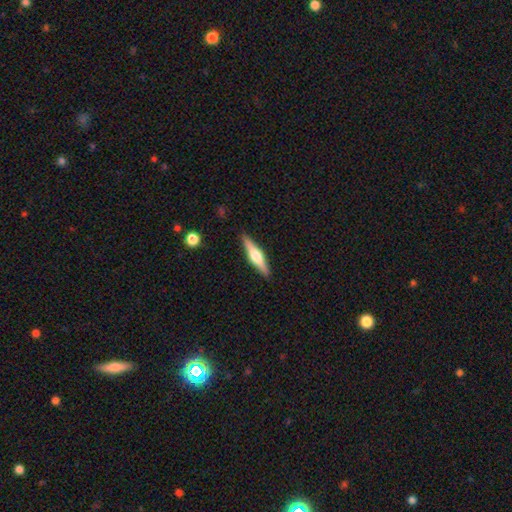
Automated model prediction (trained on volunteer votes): smooth_or_featured: featured or disk (p=0.64) [alt: smooth p=0.31]
disk_edge_on: yes (p=0.97) [alt: no p=0.03]
edge_on_bulge: rounded (p=0.90) [alt: boxy p=0.07]
merging: none (p=0.90) [alt: minor disturbance p=0.07]